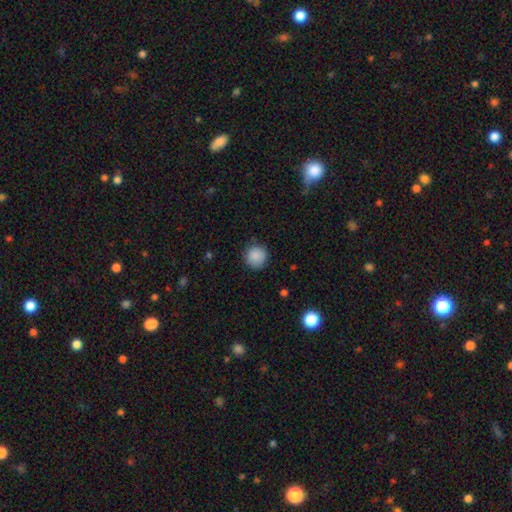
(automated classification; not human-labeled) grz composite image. It shows a smooth galaxy with no disk features (88%) that is round (93%). Merging: none (83%).